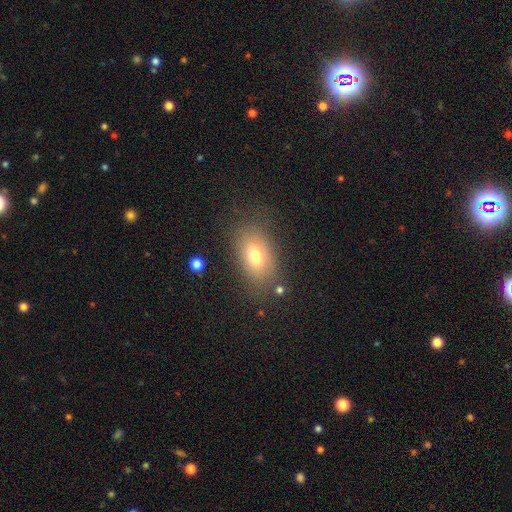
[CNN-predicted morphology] This is likely a smooth galaxy (72%). How rounded: clearly in between (85%). Merging: likely none (78%).